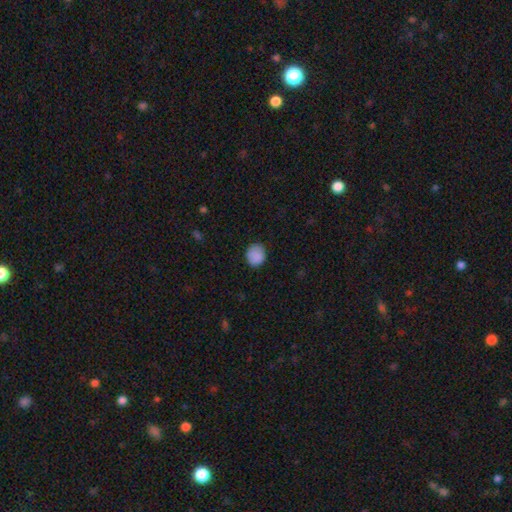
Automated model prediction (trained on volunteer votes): Morphology: type=smooth (88%); roundness=round (76%); merging=none (82%).